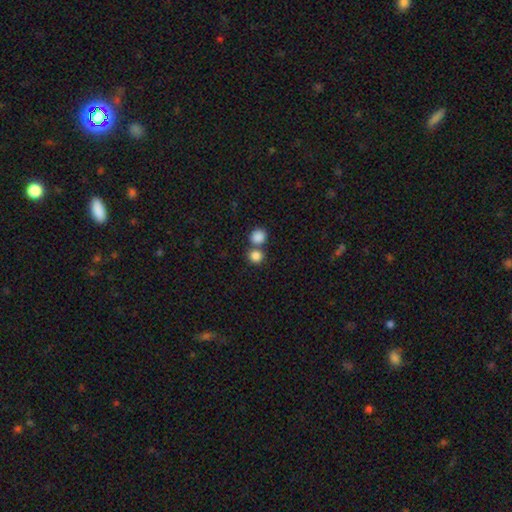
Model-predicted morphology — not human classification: A smooth galaxy with no disk features (84%) that is round (86%).

Vote fractions:
- Smooth or featured? smooth: 84% / star or artifact: 11% / featured or disk: 5%
- How rounded? round: 86% / in between: 13% / cigar-shaped: 1%
- Merging? none: 54% / merger: 37% / minor disturbance: 6% / major disturbance: 3%